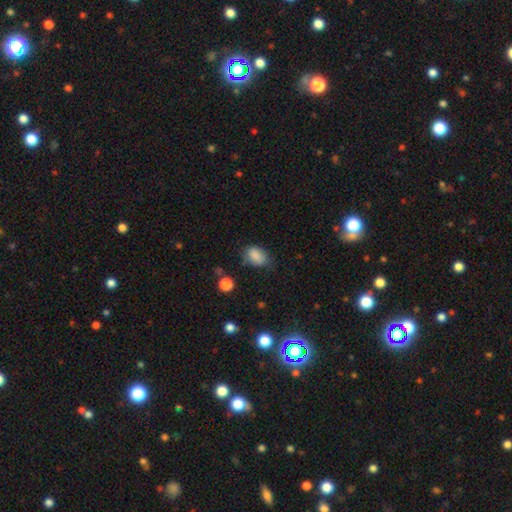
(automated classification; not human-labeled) Overall: smooth (85%). How rounded: in between (78%). Merging: none (62%; minor disturbance 29%).